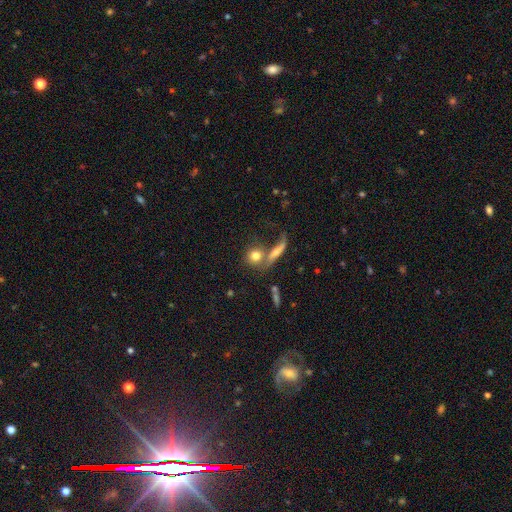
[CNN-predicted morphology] smooth_or_featured: smooth (p=0.72) [alt: featured or disk p=0.18]
how_rounded: round (p=0.76) [alt: in between p=0.17]
merging: none (p=0.46) [alt: merger p=0.35]